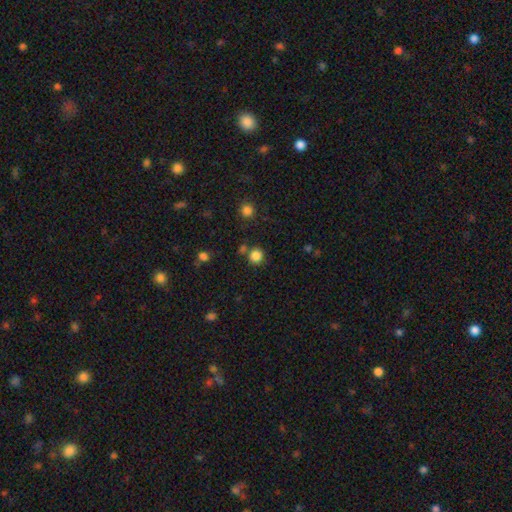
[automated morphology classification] This is clearly a smooth galaxy (84%). How rounded: clearly round (91%). Merging: likely none (78%).